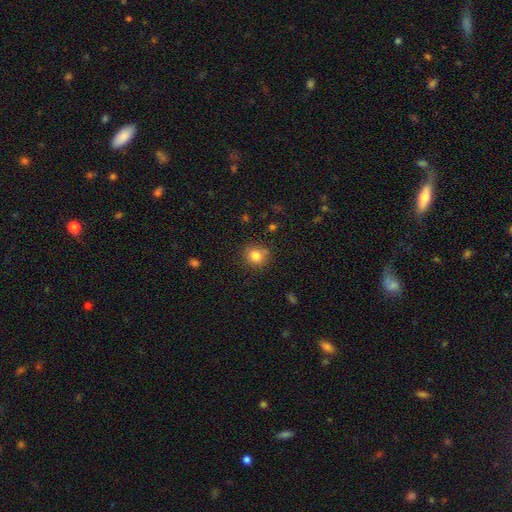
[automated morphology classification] This is clearly a smooth galaxy (82%). How rounded: clearly round (86%). Merging: clearly none (81%).